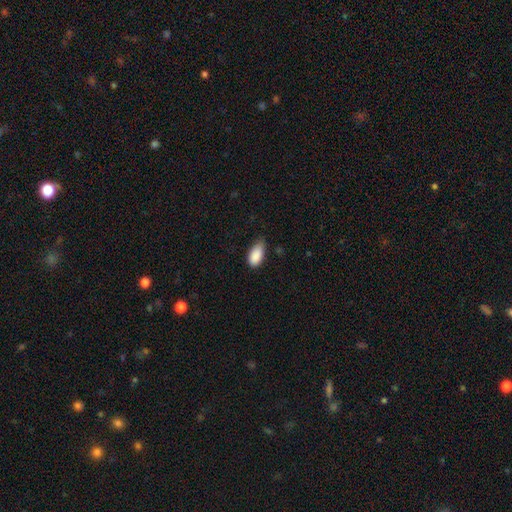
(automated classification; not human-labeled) Smooth or featured? Predicted: smooth (p=0.88). How rounded? Predicted: in between (p=0.92). Merging? Predicted: none (p=0.52).